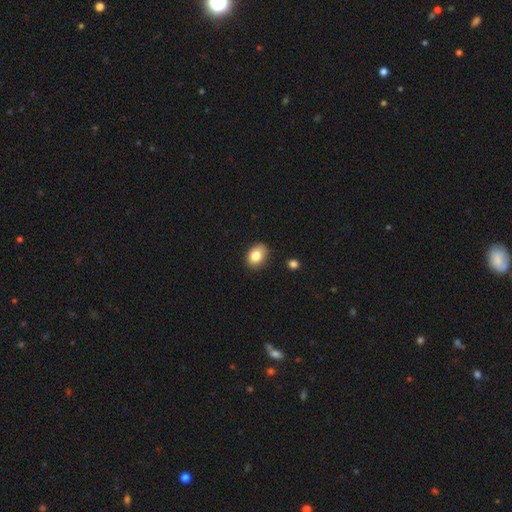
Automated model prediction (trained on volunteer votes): A smooth galaxy with no disk features (81%) that is in between round and cigar-shaped (61%).

Vote fractions:
- Smooth or featured? smooth: 81% / star or artifact: 10% / featured or disk: 9%
- How rounded? in between: 61% / round: 38% / cigar-shaped: 1%
- Merging? none: 77% / minor disturbance: 17% / major disturbance: 3% / merger: 2%